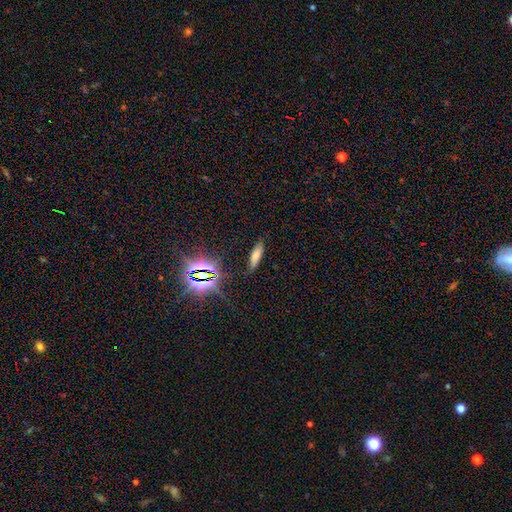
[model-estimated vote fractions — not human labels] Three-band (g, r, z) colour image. It shows a smooth galaxy with no disk features (68%) that is cigar-shaped (57%). Merging: none (81%).